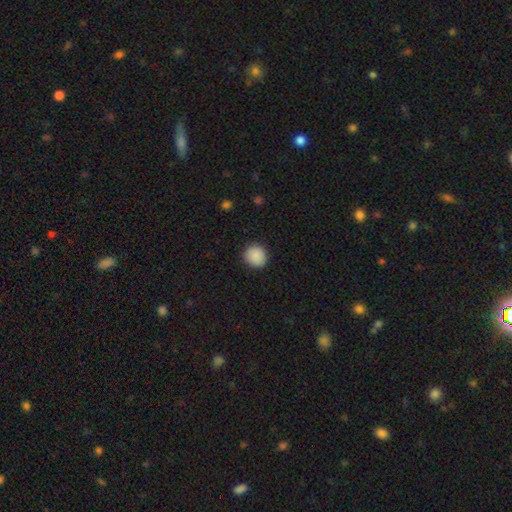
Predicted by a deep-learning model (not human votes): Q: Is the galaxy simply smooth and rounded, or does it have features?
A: smooth — 87%.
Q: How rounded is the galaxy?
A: round — 88%.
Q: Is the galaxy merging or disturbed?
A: none — 87%.